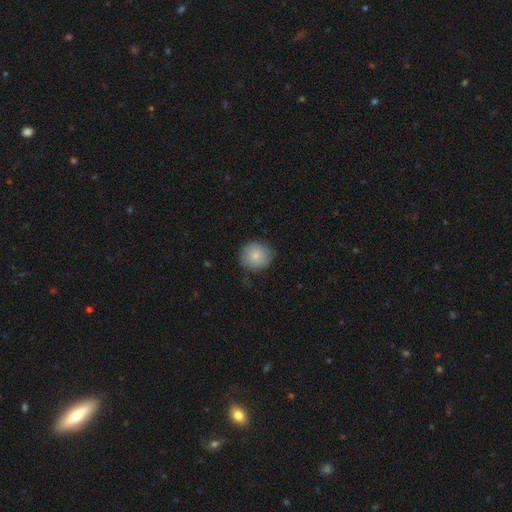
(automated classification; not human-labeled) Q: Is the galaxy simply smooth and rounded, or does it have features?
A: smooth — 85%.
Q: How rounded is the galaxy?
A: round — 91%.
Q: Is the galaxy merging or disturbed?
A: none — 78%.